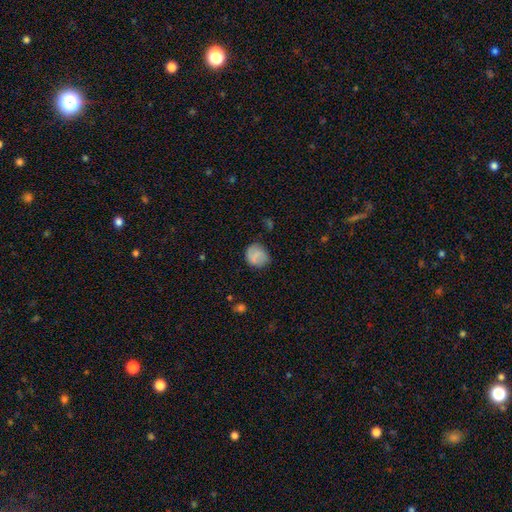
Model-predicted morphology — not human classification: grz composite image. It shows a smooth galaxy with no disk features (75%) that is round (74%). Merging: none (71%).